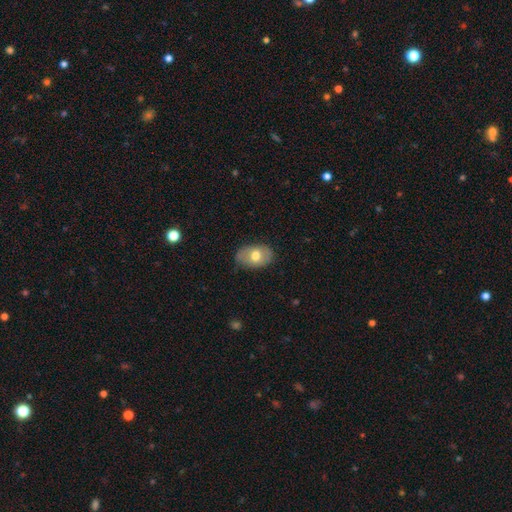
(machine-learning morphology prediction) Smooth or featured? Predicted: smooth (p=0.66). How rounded? Predicted: in between (p=0.85). Merging? Predicted: none (p=0.78).